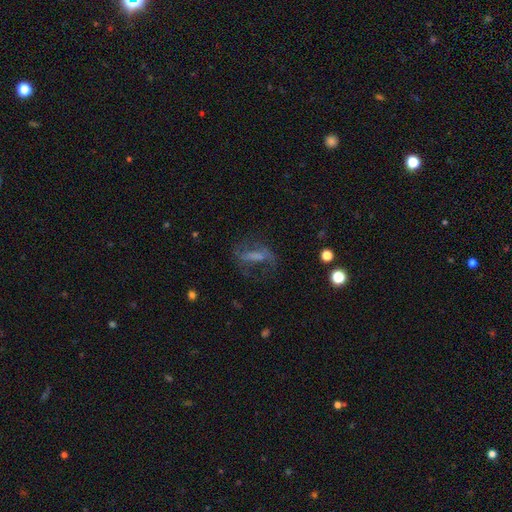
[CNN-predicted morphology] Smooth or featured: featured or disk — 52% (smooth — 31%)
Edge-on disk: no — 85% (yes — 15%)
Merging: none — 56% (major disturbance — 24%)